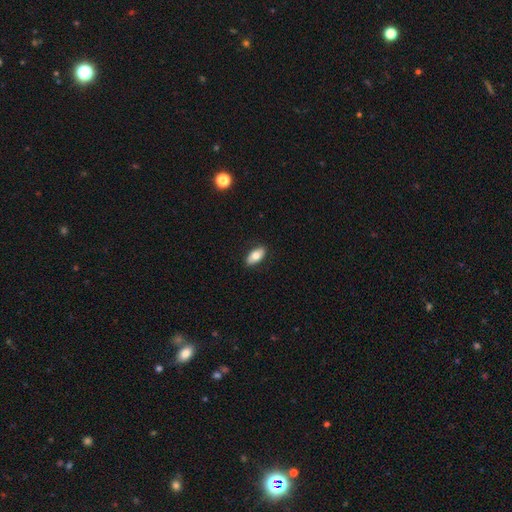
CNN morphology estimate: smooth 74%, featured or disk 20%, star or artifact 6%. Down the decision tree: how rounded — in between (89%); merging — none (87%).